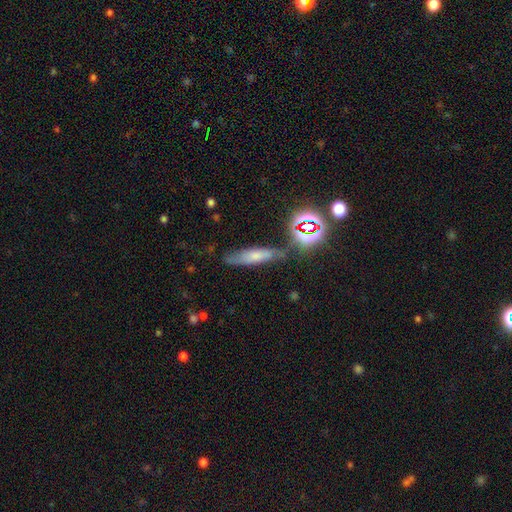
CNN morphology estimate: type=smooth (57%); roundness=cigar-shaped (69%); merging=none (66%).